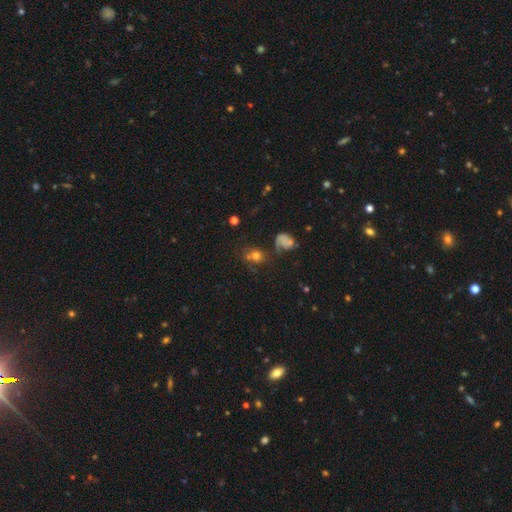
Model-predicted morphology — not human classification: smooth-or-featured: smooth: 63% | star or artifact: 21% | featured or disk: 17%
  how-rounded: round: 72% | in between: 27% | cigar-shaped: 1%
  merging: none: 51% | merger: 22% | minor disturbance: 17% | major disturbance: 11%